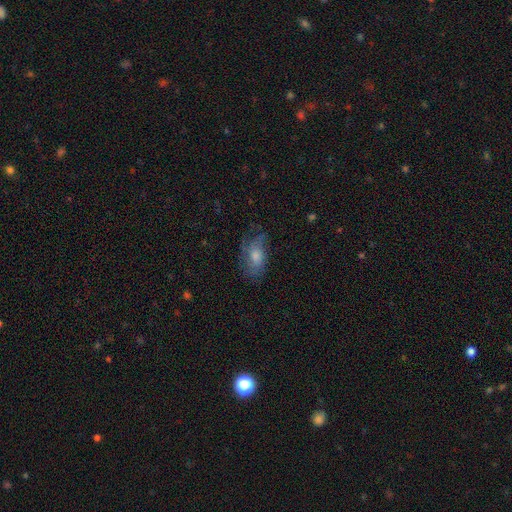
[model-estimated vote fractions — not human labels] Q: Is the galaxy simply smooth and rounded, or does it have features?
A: smooth — 48%.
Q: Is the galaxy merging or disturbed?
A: none — 59%.